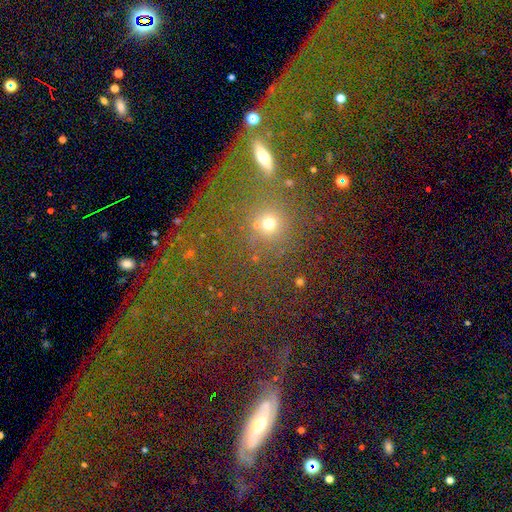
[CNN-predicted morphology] Q: Smooth or featured?
A: smooth (45%); runner-up: star or artifact (33%)
Q: Merging?
A: none (47%); runner-up: merger (28%)